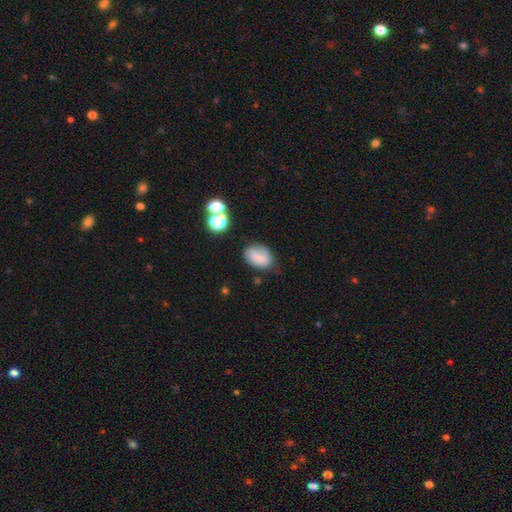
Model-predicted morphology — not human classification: smooth 77%, featured or disk 12%, star or artifact 11%. Down the decision tree: how rounded — in between (79%); merging — none (68%).